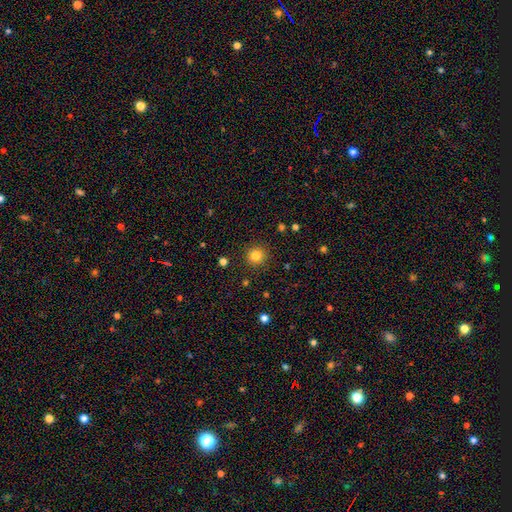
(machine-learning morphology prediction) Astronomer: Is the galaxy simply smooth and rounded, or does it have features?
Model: smooth — 82%.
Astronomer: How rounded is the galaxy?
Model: round — 93%.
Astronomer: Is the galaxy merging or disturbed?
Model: none — 90%.